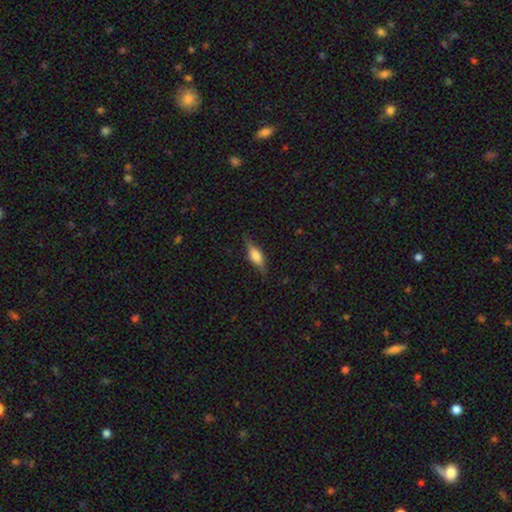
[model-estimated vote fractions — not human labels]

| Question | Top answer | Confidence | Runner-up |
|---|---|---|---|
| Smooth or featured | smooth | 50% | featured or disk (43%) |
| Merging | none | 81% | minor disturbance (14%) |